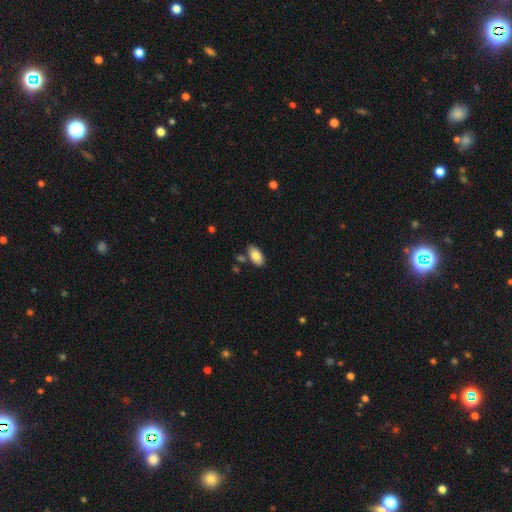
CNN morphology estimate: Smooth or featured: smooth — 83% (featured or disk — 10%)
How rounded: in between — 94% (cigar-shaped — 3%)
Merging: none — 77% (minor disturbance — 12%)